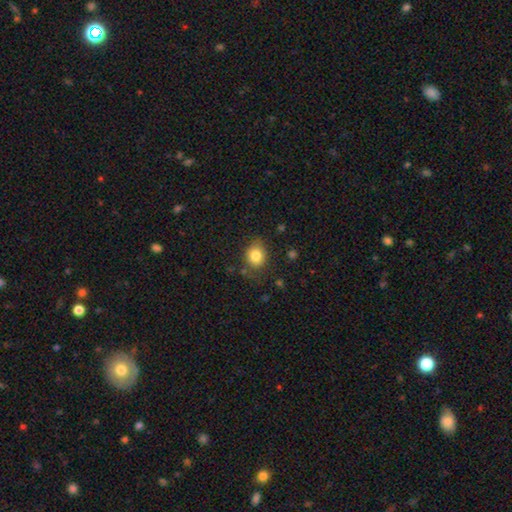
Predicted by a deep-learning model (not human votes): Smooth or featured? smooth (82%)
How rounded? round (60%)
Merging? none (74%)